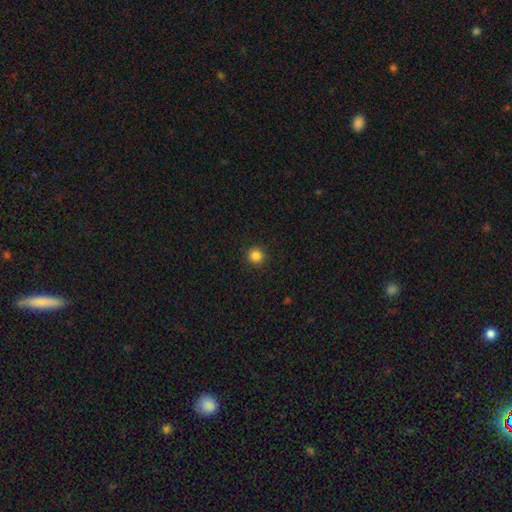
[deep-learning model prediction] Overall: smooth (85%). How rounded: round (95%). Merging: none (92%).